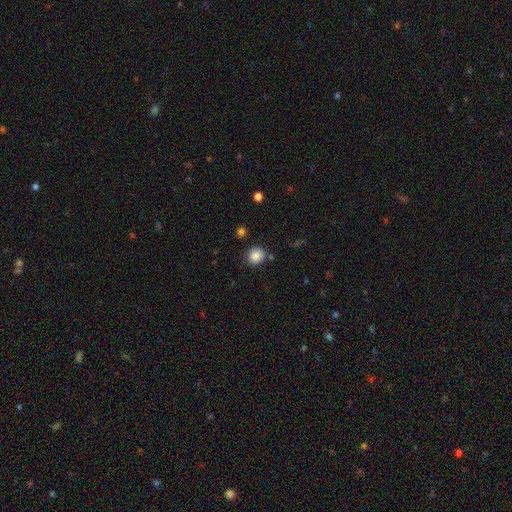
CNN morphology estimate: smooth 86%, star or artifact 10%, featured or disk 4%. Down the decision tree: how rounded — round (84%); merging — none (81%).